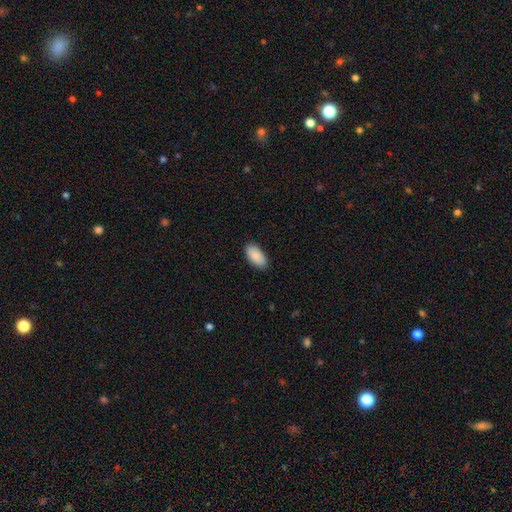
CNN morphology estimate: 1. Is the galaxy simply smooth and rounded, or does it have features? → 90% smooth, 6% star or artifact, 5% featured or disk.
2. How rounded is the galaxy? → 95% in between, 3% cigar-shaped, 2% round.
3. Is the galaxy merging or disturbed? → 89% none, 9% minor disturbance, 2% major disturbance, 1% merger.